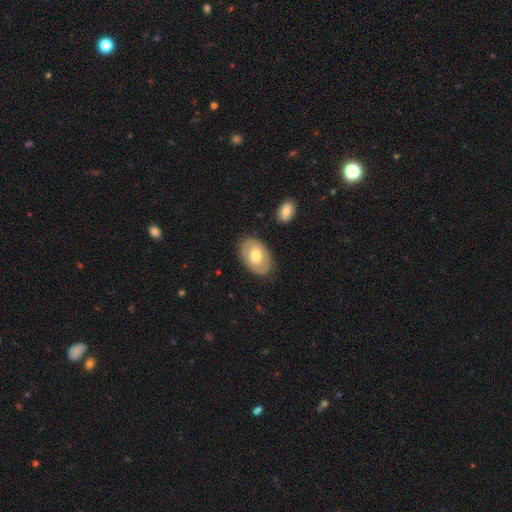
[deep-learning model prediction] Smooth or featured: smooth — 65% (featured or disk — 29%)
How rounded: in between — 87% (round — 12%)
Merging: none — 84% (minor disturbance — 11%)